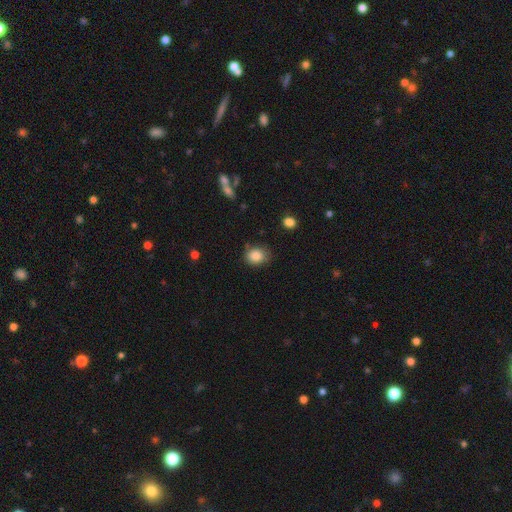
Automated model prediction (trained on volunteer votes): Overall: smooth (85%). How rounded: round (57%; in between 42%). Merging: none (76%).